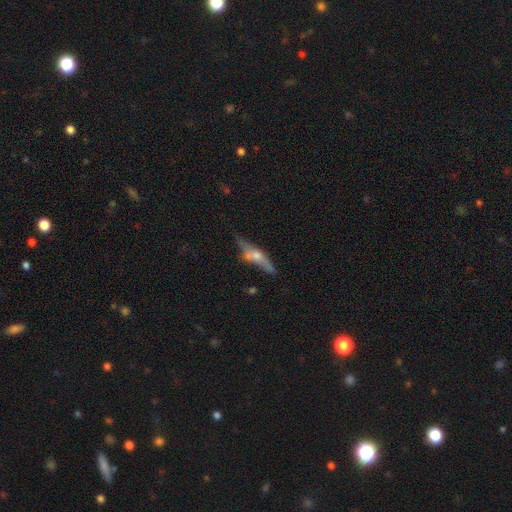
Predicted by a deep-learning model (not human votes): smooth_or_featured: featured or disk (p=0.64) [alt: smooth p=0.29]
disk_edge_on: yes (p=0.84) [alt: no p=0.16]
edge_on_bulge: rounded (p=0.90) [alt: boxy p=0.06]
merging: none (p=0.60) [alt: minor disturbance p=0.24]